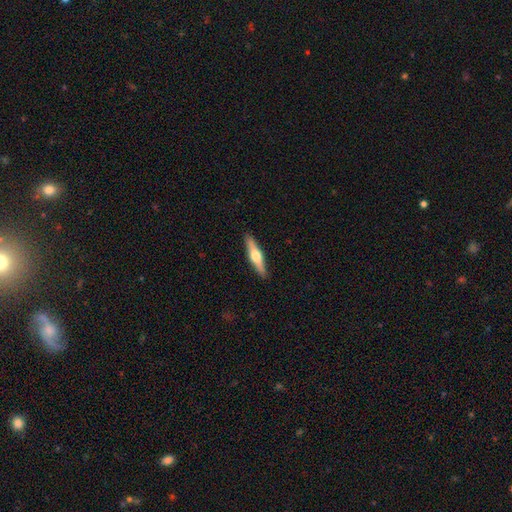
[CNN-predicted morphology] This appears to be a featured or disk galaxy (63%) viewed edge-on (97%) with a rounded central bulge (95%). Merging: none (91%).